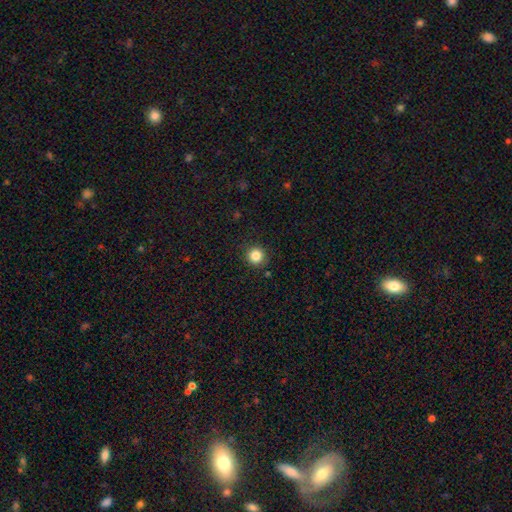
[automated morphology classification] smooth-or-featured: smooth: 84% | star or artifact: 11% | featured or disk: 5%
  how-rounded: round: 95% | in between: 4% | cigar-shaped: 1%
  merging: none: 90% | minor disturbance: 6% | major disturbance: 2% | merger: 1%